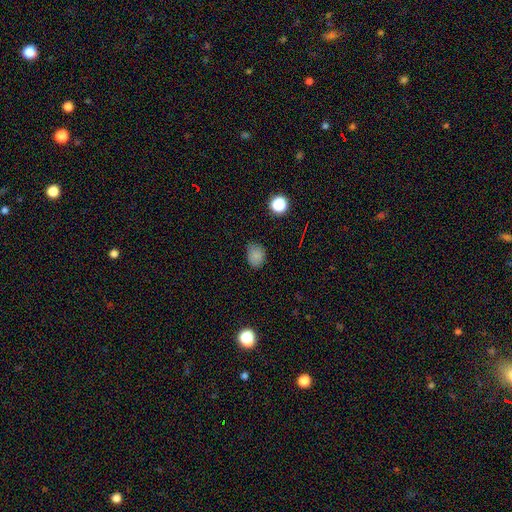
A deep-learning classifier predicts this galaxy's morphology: type=smooth (80%); roundness=in between (59%); merging=none (70%).